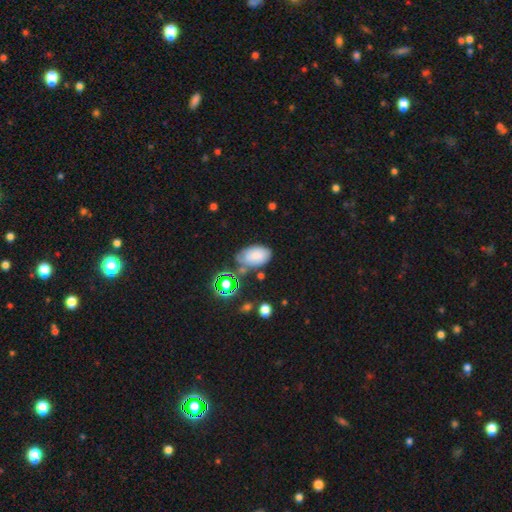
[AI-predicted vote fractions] Morphology: type=smooth (73%); roundness=in between (90%); merging=none (54%).